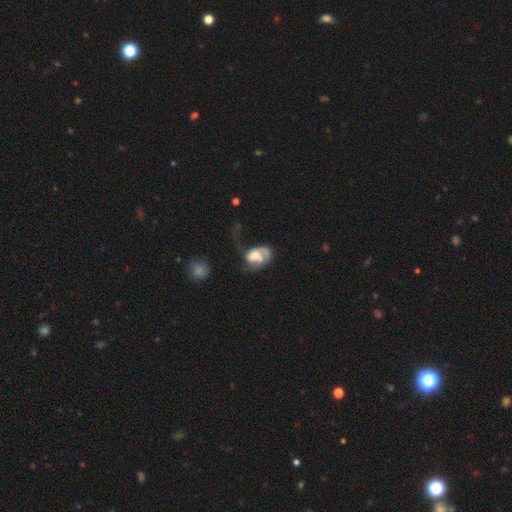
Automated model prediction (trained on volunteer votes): This is possibly a smooth galaxy (48%). Merging: possibly major disturbance (47%).